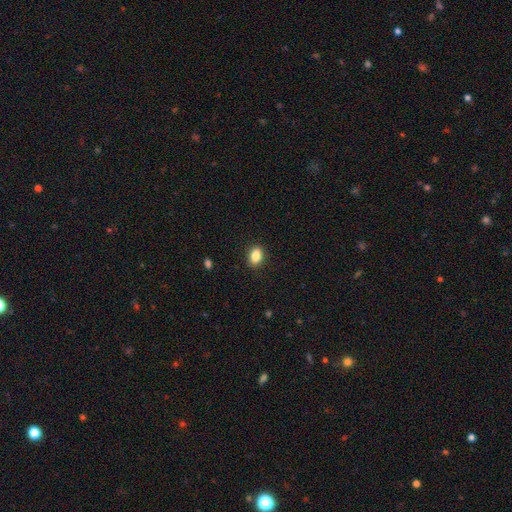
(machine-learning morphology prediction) Smooth or featured? smooth (85%)
How rounded? in between (79%)
Merging? none (89%)